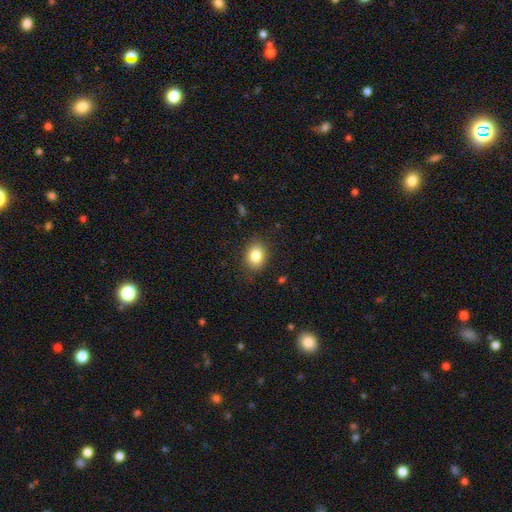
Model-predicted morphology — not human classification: Smooth or featured? Predicted: smooth (p=0.83). How rounded? Predicted: in between (p=0.56). Merging? Predicted: none (p=0.85).